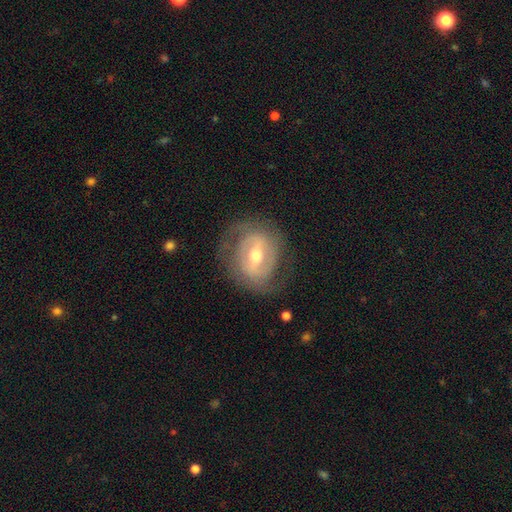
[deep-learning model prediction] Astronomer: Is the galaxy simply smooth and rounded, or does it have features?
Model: featured or disk — 76%.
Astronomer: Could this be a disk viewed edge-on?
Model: no — 95%.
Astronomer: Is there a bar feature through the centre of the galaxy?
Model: weak — 45% (runner-up: strong, 37%).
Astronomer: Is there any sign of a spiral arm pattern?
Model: yes — 77%.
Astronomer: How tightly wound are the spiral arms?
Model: tight — 48% (runner-up: medium, 37%).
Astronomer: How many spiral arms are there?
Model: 2 — 66%.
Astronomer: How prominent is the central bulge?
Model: moderate — 68%.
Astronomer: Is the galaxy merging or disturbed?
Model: none — 72%.